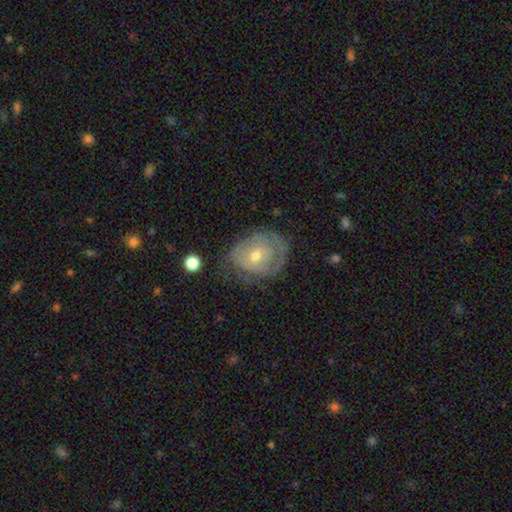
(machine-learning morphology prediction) smooth_or_featured: featured or disk (p=0.67) [alt: smooth p=0.26]
disk_edge_on: no (p=0.96) [alt: yes p=0.04]
bar: no (p=0.70) [alt: weak p=0.25]
has_spiral_arms: yes (p=0.69) [alt: no p=0.31]
bulge_size: moderate (p=0.59) [alt: small p=0.37]
merging: none (p=0.58) [alt: minor disturbance p=0.26]